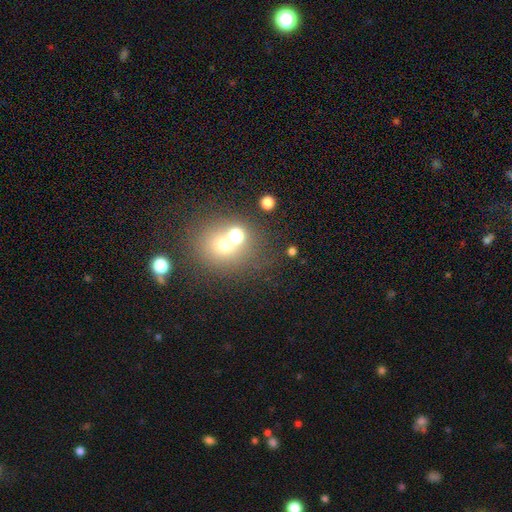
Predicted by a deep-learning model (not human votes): The model was most divided on "merging": none: 49%, merger: 37%, minor disturbance: 9%, major disturbance: 5%. More confident: how rounded — round (74%); smooth or featured — smooth (55%).